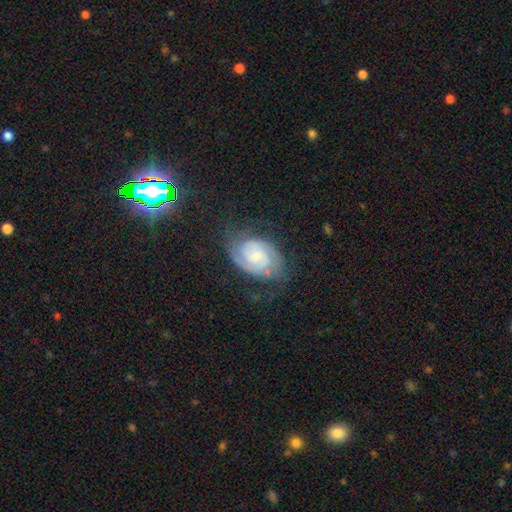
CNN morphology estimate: Smooth or featured? Predicted: featured or disk (p=0.82). Edge-on disk? Predicted: no (p=0.97). Bar? Predicted: no (p=0.51). Spiral arms? Predicted: yes (p=0.97). Spiral winding? Predicted: tight (p=0.62). Spiral arm count? Predicted: 2 (p=0.74). Bulge size? Predicted: small (p=0.55). Merging? Predicted: none (p=0.69).